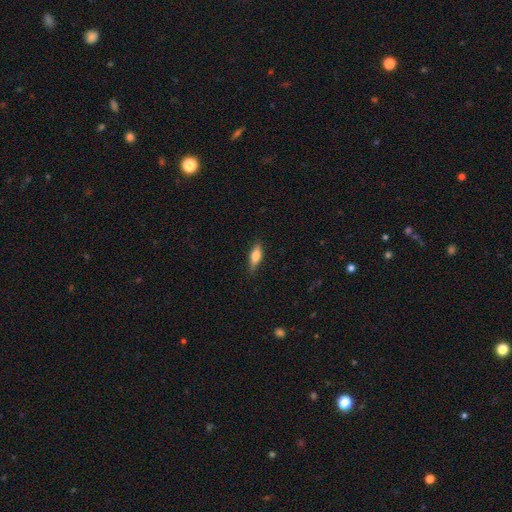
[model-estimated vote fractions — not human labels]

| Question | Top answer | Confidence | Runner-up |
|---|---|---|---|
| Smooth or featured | smooth | 73% | featured or disk (21%) |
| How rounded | in between | 61% | cigar-shaped (36%) |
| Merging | none | 80% | minor disturbance (16%) |